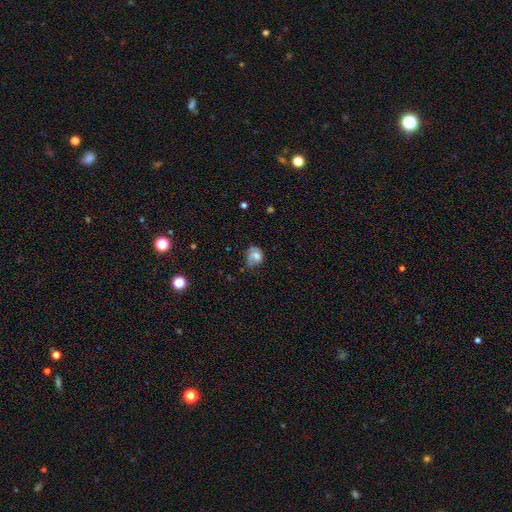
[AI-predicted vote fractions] This appears to be a smooth galaxy with no disk features (55%) that is round (53%). Merging: none (37%).